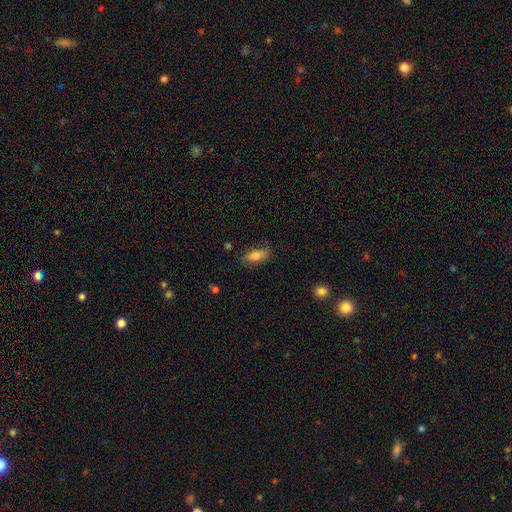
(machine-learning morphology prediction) A smooth galaxy with no disk features (81%) that is in between round and cigar-shaped (82%). Merging: none (74%).